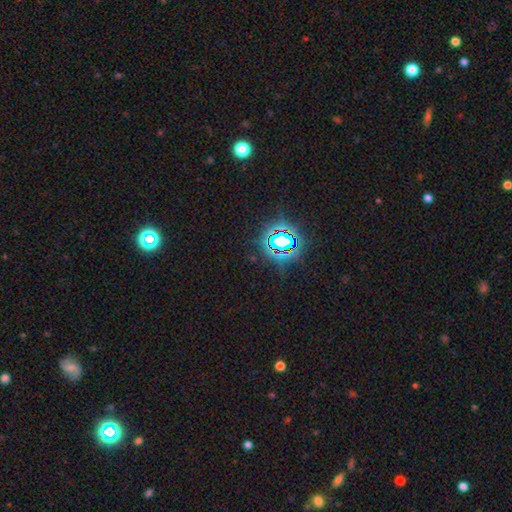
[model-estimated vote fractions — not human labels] Overall: star or artifact (81%).